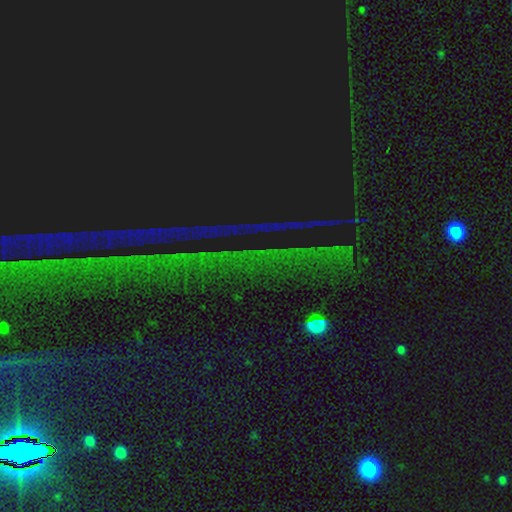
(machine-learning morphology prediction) This appears to be a star or artifact, not a galaxy (88%).